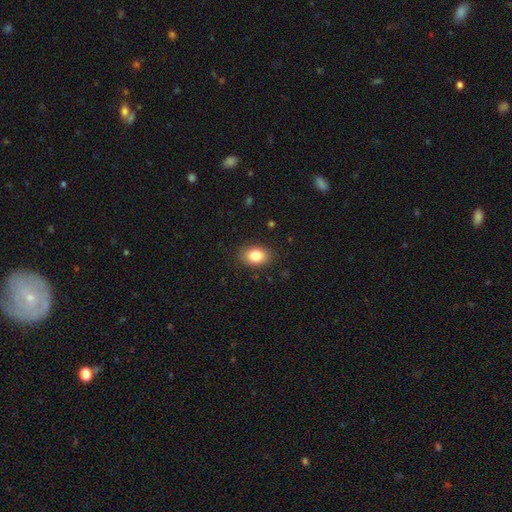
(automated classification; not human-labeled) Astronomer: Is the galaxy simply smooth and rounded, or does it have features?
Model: smooth — 84%.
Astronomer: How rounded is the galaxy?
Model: in between — 76%.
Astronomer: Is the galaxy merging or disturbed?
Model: none — 86%.